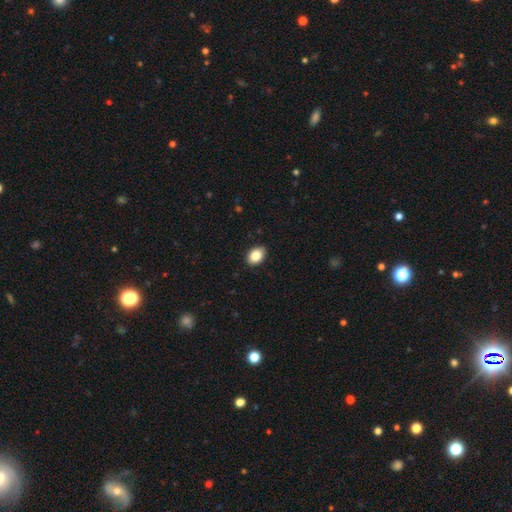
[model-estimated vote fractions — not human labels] Smooth or featured? smooth (86%)
How rounded? in between (80%)
Merging? none (89%)